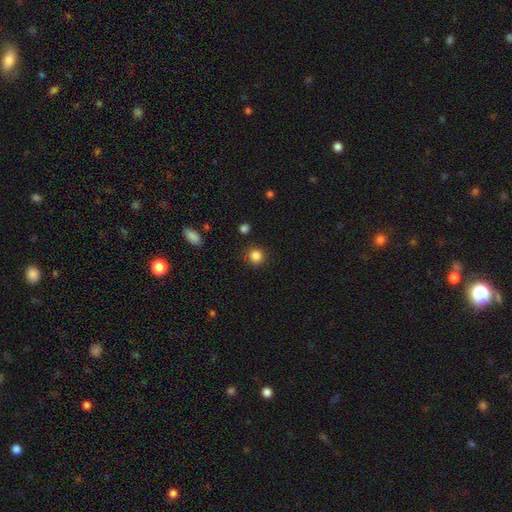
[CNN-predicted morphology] Q: Smooth or featured?
A: smooth (85%); runner-up: star or artifact (12%)
Q: How rounded?
A: round (86%); runner-up: in between (13%)
Q: Merging?
A: none (86%); runner-up: minor disturbance (9%)